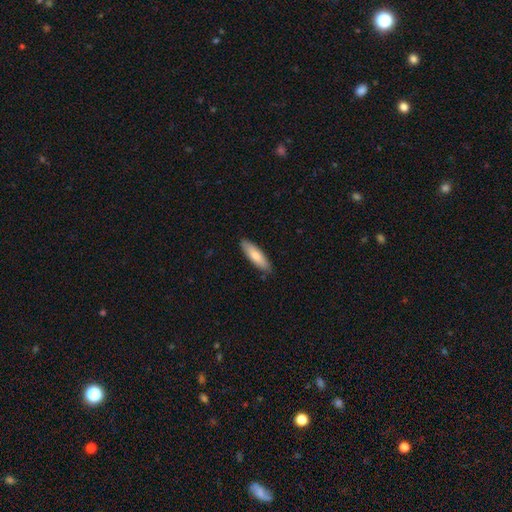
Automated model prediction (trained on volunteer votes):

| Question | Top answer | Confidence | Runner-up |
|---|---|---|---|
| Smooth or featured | smooth | 77% | featured or disk (18%) |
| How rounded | cigar-shaped | 54% | in between (44%) |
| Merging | none | 86% | minor disturbance (11%) |